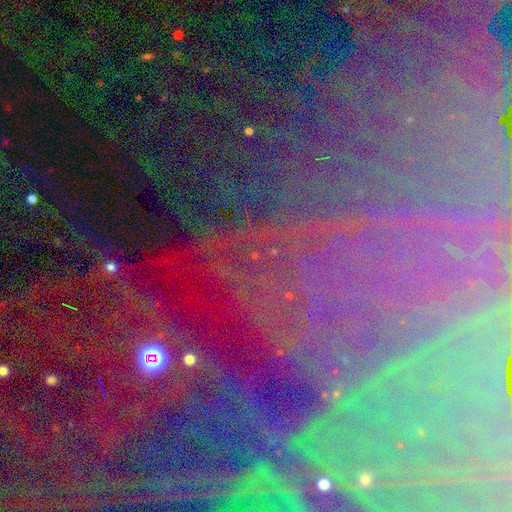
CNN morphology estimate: star or artifact 78%, featured or disk 12%, smooth 9%.